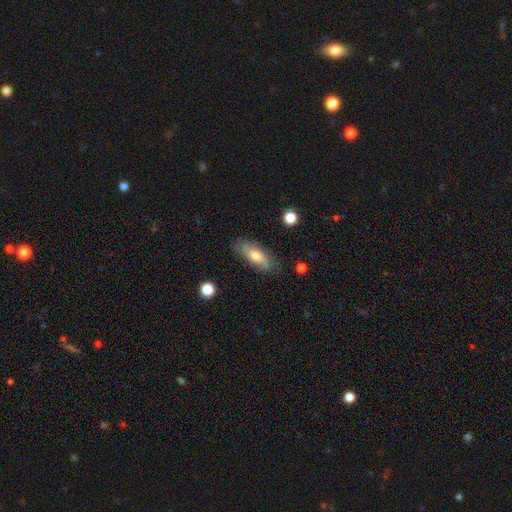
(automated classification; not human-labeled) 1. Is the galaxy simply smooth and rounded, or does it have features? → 56% smooth, 37% featured or disk, 7% star or artifact.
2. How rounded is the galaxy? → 69% in between, 28% cigar-shaped, 3% round.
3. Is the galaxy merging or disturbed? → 75% none, 18% minor disturbance, 5% major disturbance, 2% merger.